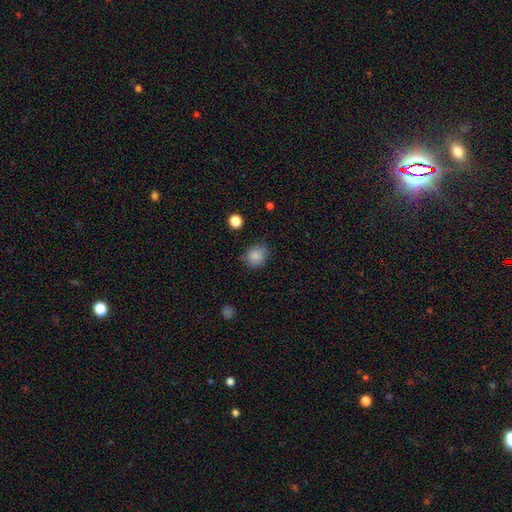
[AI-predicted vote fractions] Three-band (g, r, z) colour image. It shows a smooth galaxy with no disk features (84%) that is round (72%). Merging: none (75%).